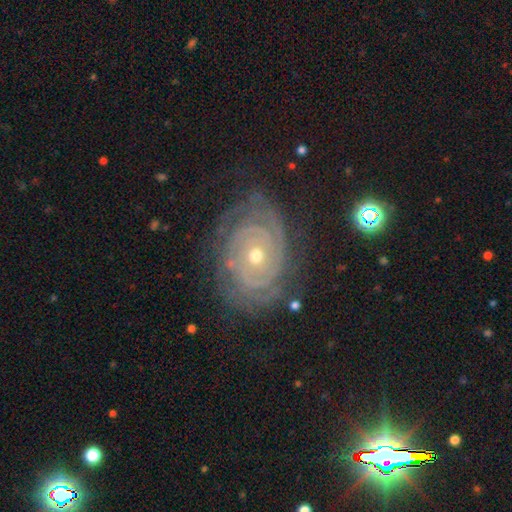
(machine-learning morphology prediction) Smooth or featured? Predicted: featured or disk (p=0.88). Edge-on disk? Predicted: no (p=0.96). Bar? Predicted: no (p=0.80). Spiral arms? Predicted: yes (p=0.96). Spiral winding? Predicted: tight (p=0.84). Spiral arm count? Predicted: 2 (p=0.29). Bulge size? Predicted: small (p=0.55). Merging? Predicted: none (p=0.77).